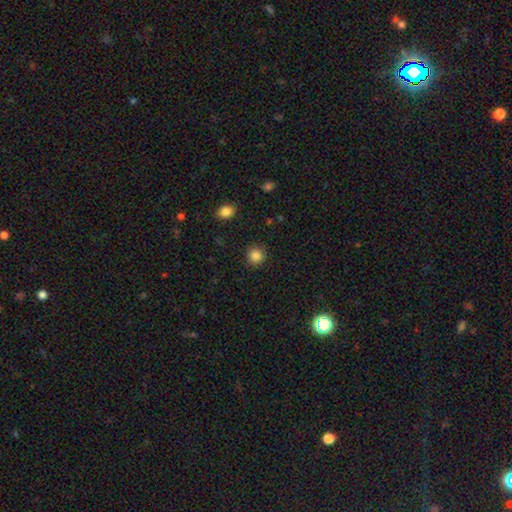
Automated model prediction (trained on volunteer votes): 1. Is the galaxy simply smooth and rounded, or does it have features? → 86% smooth, 11% star or artifact, 3% featured or disk.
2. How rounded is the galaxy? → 92% round, 7% in between, 1% cigar-shaped.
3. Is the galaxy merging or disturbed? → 90% none, 6% minor disturbance, 2% major disturbance, 1% merger.